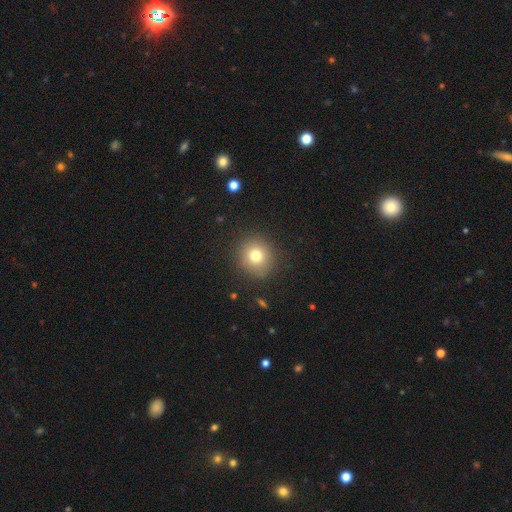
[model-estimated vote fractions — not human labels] Smooth or featured? Predicted: smooth (p=0.76). How rounded? Predicted: round (p=0.90). Merging? Predicted: none (p=0.89).